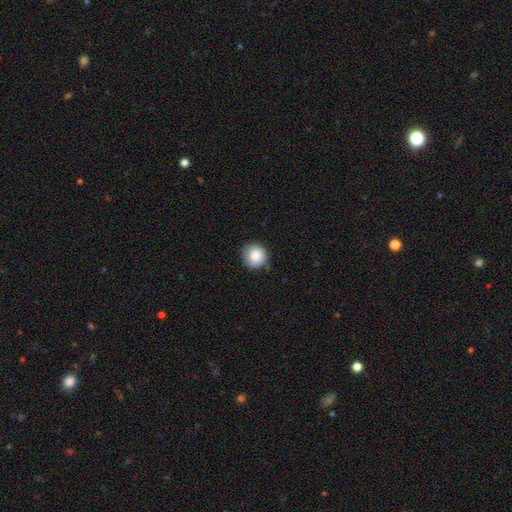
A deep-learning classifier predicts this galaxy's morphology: A smooth galaxy with no disk features (85%) that is round (93%).

Vote fractions:
- Smooth or featured? smooth: 85% / star or artifact: 8% / featured or disk: 6%
- How rounded? round: 93% / in between: 6% / cigar-shaped: 1%
- Merging? none: 85% / minor disturbance: 12% / major disturbance: 2% / merger: 1%